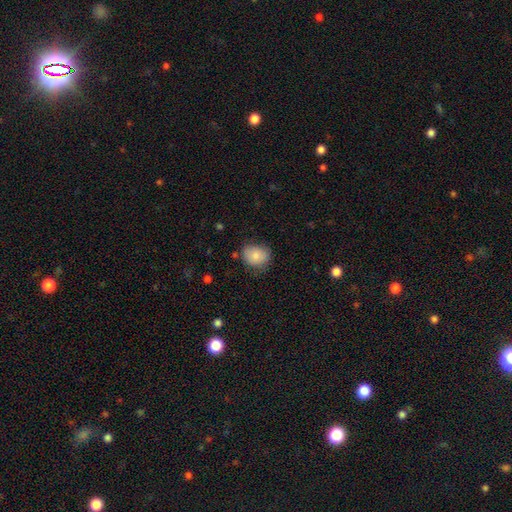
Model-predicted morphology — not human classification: smooth 83%, featured or disk 9%, star or artifact 8%. Down the decision tree: how rounded — round (58%); merging — none (68%).